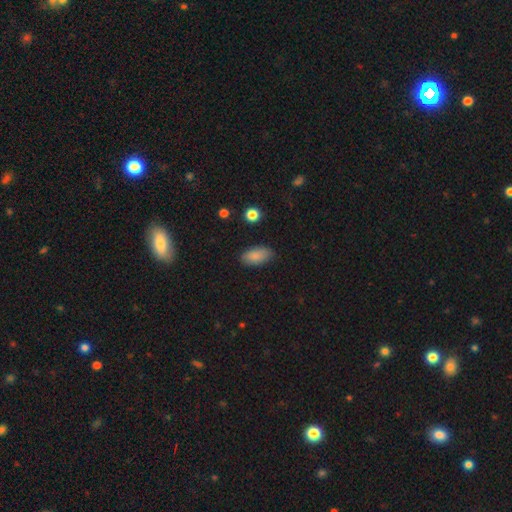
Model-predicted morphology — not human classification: smooth_or_featured: smooth (p=0.87) [alt: star or artifact p=0.08]
how_rounded: in between (p=0.92) [alt: cigar-shaped p=0.05]
merging: none (p=0.82) [alt: minor disturbance p=0.13]